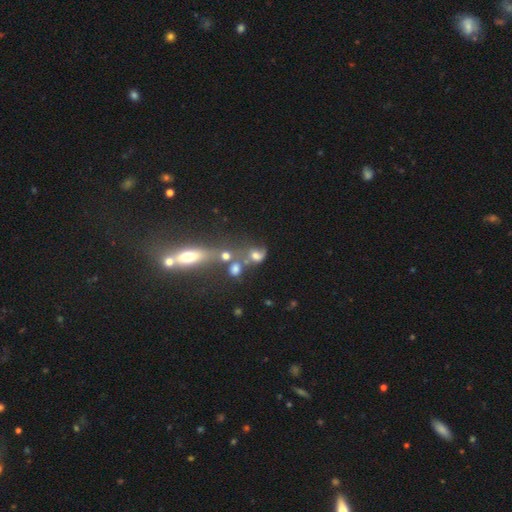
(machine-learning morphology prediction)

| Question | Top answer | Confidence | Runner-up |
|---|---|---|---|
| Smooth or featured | smooth | 52% | featured or disk (29%) |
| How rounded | in between | 52% | round (44%) |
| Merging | merger | 41% | none (25%) |